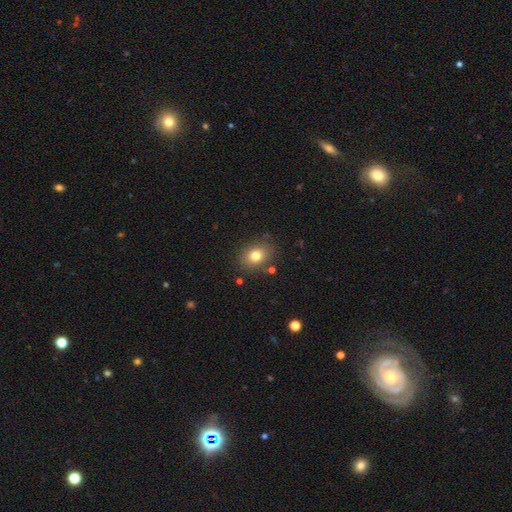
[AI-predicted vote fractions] A smooth galaxy with no disk features (77%) that is round (50%).

Vote fractions:
- Smooth or featured? smooth: 77% / star or artifact: 12% / featured or disk: 11%
- How rounded? round: 50% / in between: 49% / cigar-shaped: 1%
- Merging? none: 84% / minor disturbance: 10% / major disturbance: 3% / merger: 3%